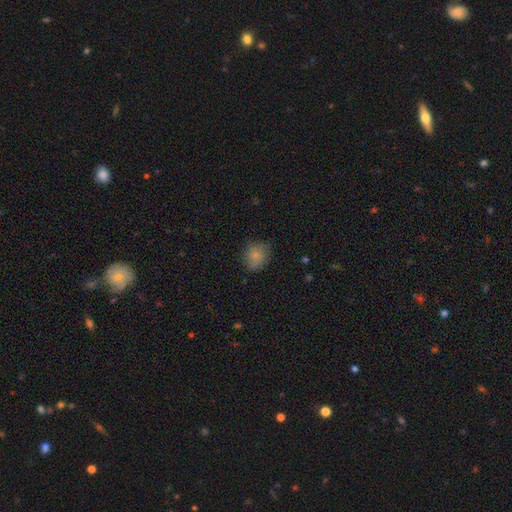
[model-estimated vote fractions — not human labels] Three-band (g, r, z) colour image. It shows a smooth galaxy with no disk features (79%) that is round (65%). Merging: none (71%).